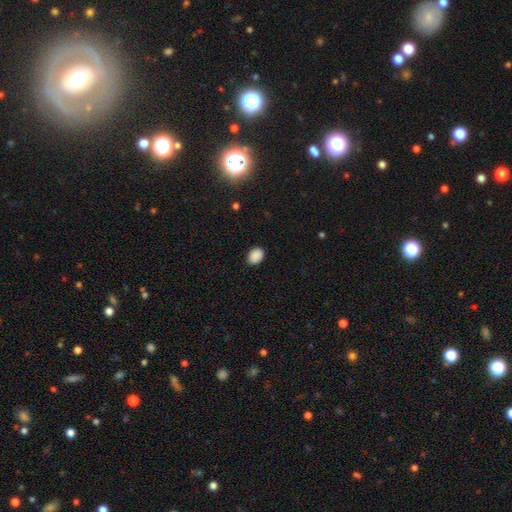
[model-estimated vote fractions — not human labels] smooth 89%, star or artifact 9%, featured or disk 3%. Down the decision tree: how rounded — in between (69%); merging — none (87%).